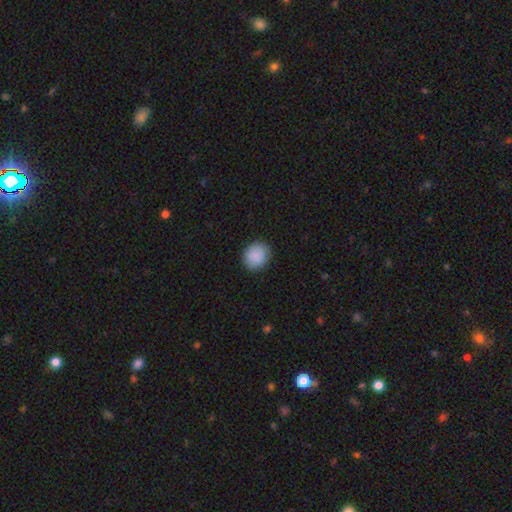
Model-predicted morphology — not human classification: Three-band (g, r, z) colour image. It shows a smooth galaxy with no disk features (90%) that is round (71%). Merging: none (89%).